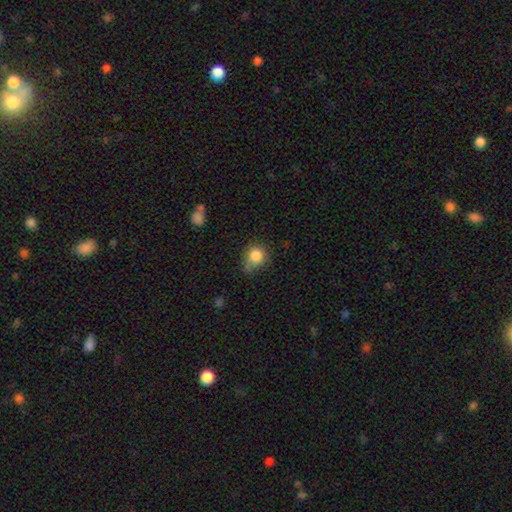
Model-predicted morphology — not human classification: smooth_or_featured: smooth (p=0.85) [alt: star or artifact p=0.10]
how_rounded: round (p=0.83) [alt: in between p=0.16]
merging: none (p=0.53) [alt: minor disturbance p=0.33]